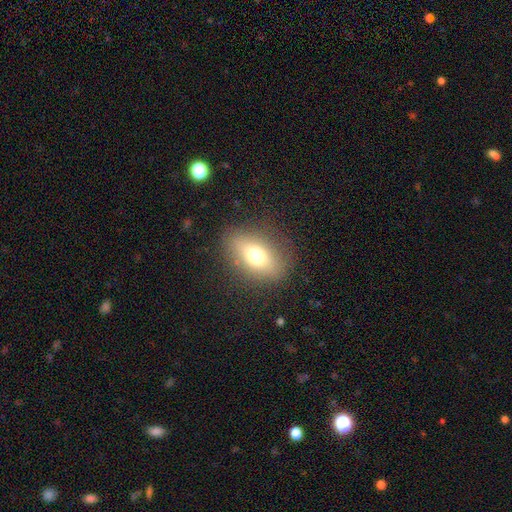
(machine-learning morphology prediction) type=smooth (69%); roundness=in between (77%); merging=none (83%).